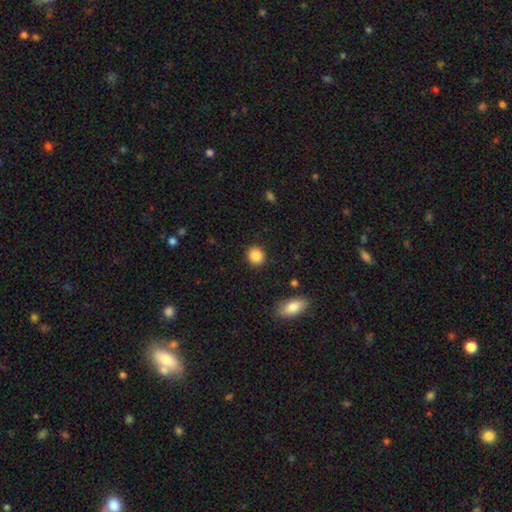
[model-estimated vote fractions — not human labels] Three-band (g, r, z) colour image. It shows a smooth galaxy with no disk features (87%) that is round (86%). Merging: none (91%).